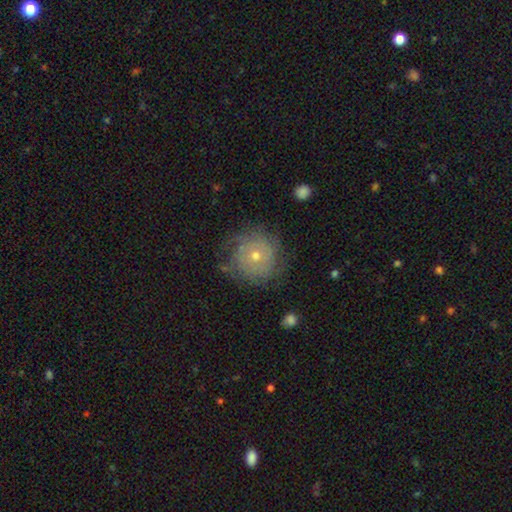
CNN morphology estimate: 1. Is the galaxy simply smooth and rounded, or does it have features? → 53% featured or disk, 36% smooth, 10% star or artifact.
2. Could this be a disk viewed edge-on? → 97% no, 3% yes.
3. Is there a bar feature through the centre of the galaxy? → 87% no, 10% weak, 2% strong.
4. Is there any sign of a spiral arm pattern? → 67% yes, 33% no.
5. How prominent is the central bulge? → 52% small, 44% moderate, 2% large, 1% none, 1% dominant.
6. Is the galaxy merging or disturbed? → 71% none, 18% minor disturbance, 10% major disturbance, 1% merger.